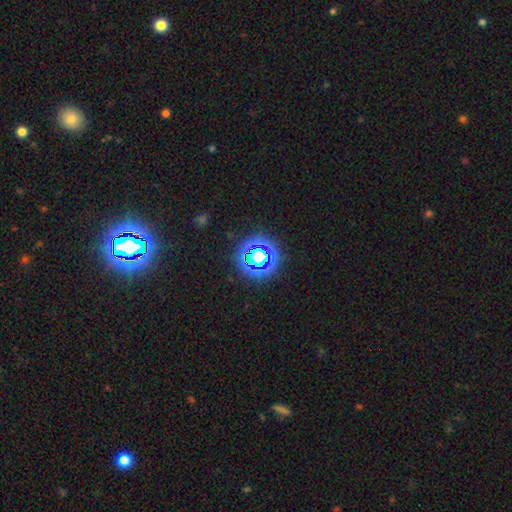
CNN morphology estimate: Smooth or featured: star or artifact — 75% (smooth — 17%)